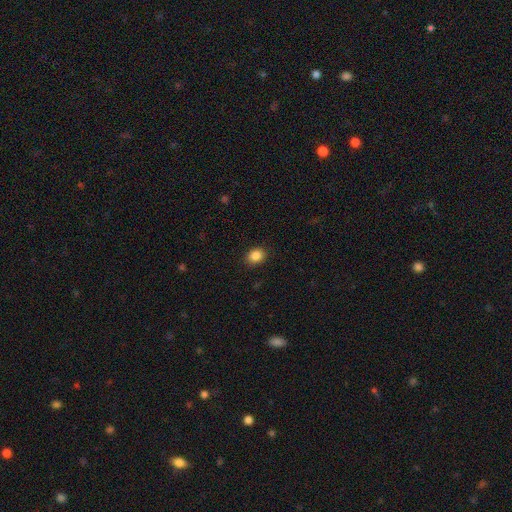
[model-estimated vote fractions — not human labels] This appears to be a smooth galaxy with no disk features (87%) that is in between round and cigar-shaped (55%). Merging: none (89%).